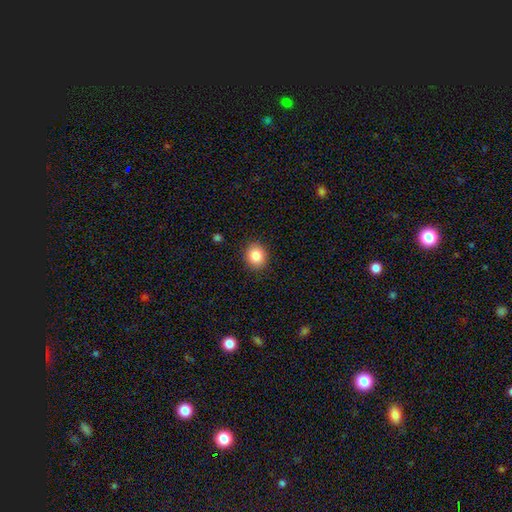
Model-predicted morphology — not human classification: Smooth or featured? smooth (86%)
How rounded? round (72%)
Merging? none (90%)